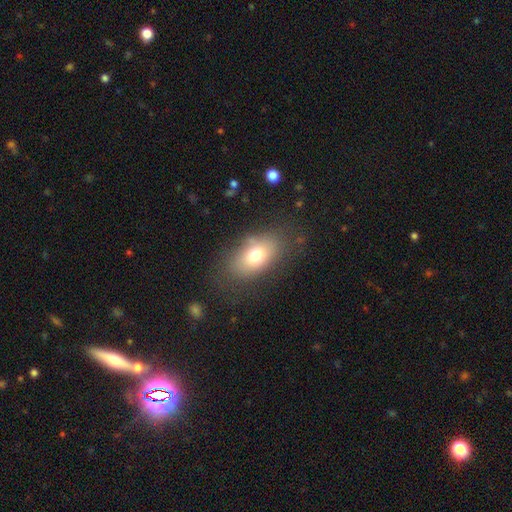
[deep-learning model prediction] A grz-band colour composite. It shows a smooth galaxy with no disk features (73%) that is in between round and cigar-shaped (85%). Merging: none (72%).